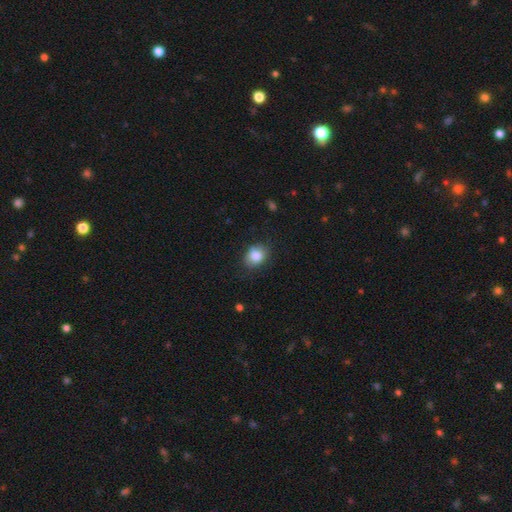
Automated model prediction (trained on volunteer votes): This appears to be a smooth galaxy with no disk features (84%) that is in between round and cigar-shaped (54%). Merging: none (78%).